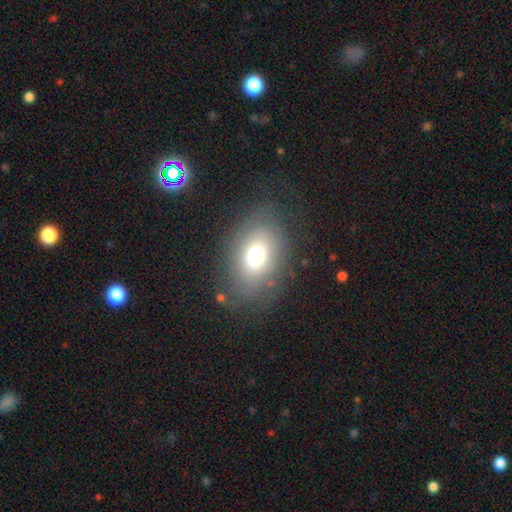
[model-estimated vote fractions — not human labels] smooth_or_featured: smooth (p=0.68) [alt: featured or disk p=0.21]
how_rounded: in between (p=0.79) [alt: round p=0.19]
merging: none (p=0.71) [alt: minor disturbance p=0.17]